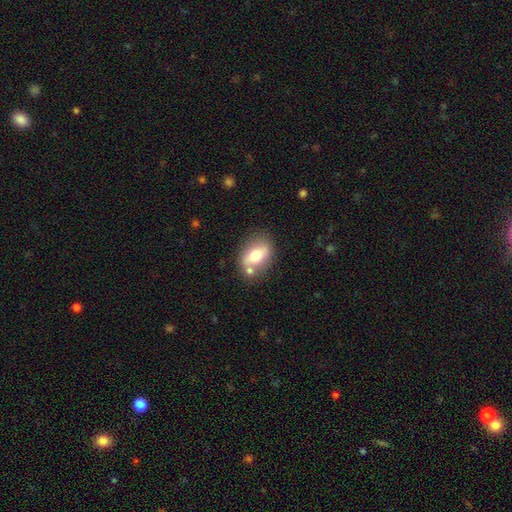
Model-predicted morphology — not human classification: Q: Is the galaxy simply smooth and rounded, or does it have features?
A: smooth — 56%.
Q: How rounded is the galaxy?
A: in between — 75%.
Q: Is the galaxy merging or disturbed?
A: none — 68%.